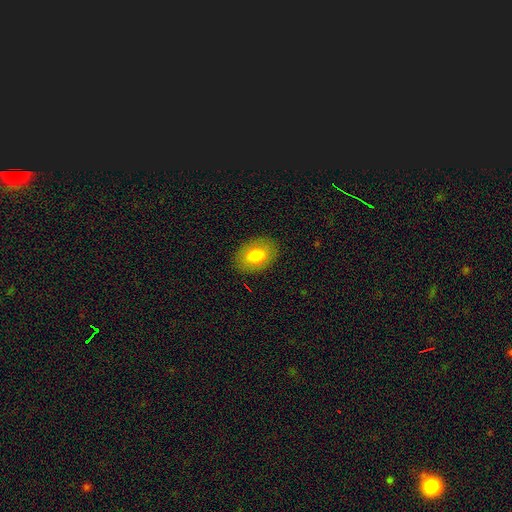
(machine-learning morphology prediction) Smooth or featured? Predicted: smooth (p=0.76). How rounded? Predicted: in between (p=0.79). Merging? Predicted: none (p=0.87).